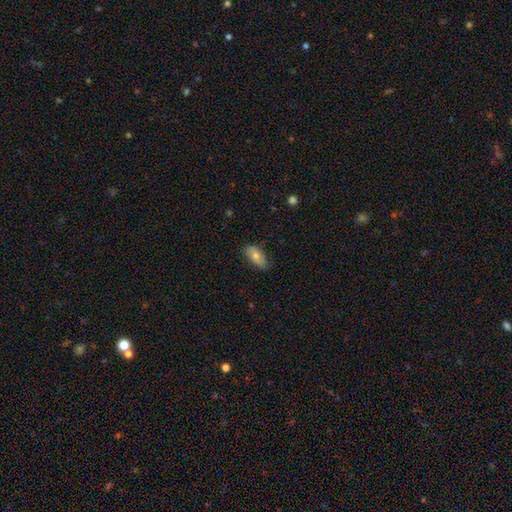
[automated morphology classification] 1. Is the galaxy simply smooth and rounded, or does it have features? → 70% smooth, 22% featured or disk, 8% star or artifact.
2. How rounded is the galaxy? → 85% in between, 12% cigar-shaped, 3% round.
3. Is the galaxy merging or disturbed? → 77% none, 19% minor disturbance, 3% major disturbance, 1% merger.